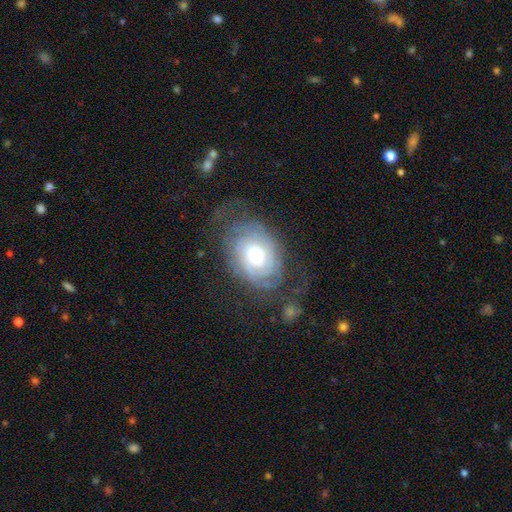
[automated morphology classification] Smooth or featured: featured or disk — 74% (smooth — 19%)
Edge-on disk: no — 95% (yes — 5%)
Bar: no — 73% (weak — 22%)
Spiral arms: yes — 87% (no — 13%)
Spiral winding: tight — 66% (medium — 24%)
Spiral arm count: can't tell — 47% (2 — 29%)
Bulge size: moderate — 61% (small — 18%)
Merging: none — 58% (minor disturbance — 21%)